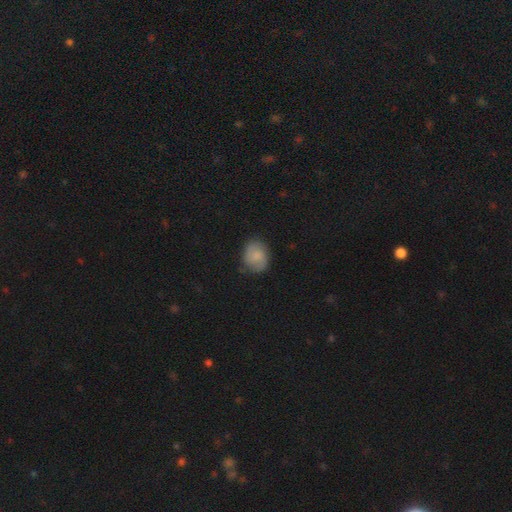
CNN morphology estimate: This appears to be a smooth galaxy with no disk features (55%) that is round (53%). Merging: none (74%).